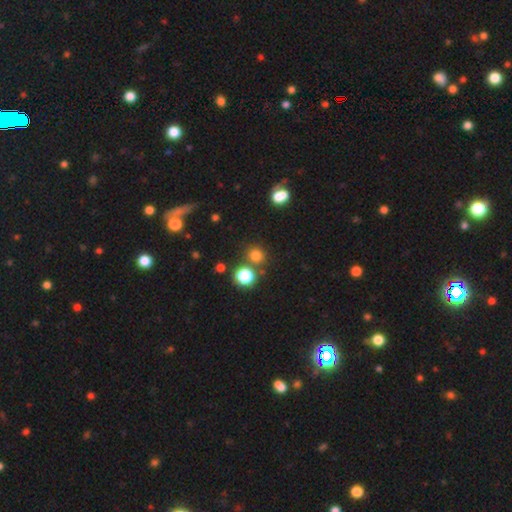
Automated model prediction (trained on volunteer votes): The model was most divided on "smooth or featured": smooth: 75%, star or artifact: 19%, featured or disk: 6%. More confident: how rounded — round (86%); merging — none (74%).